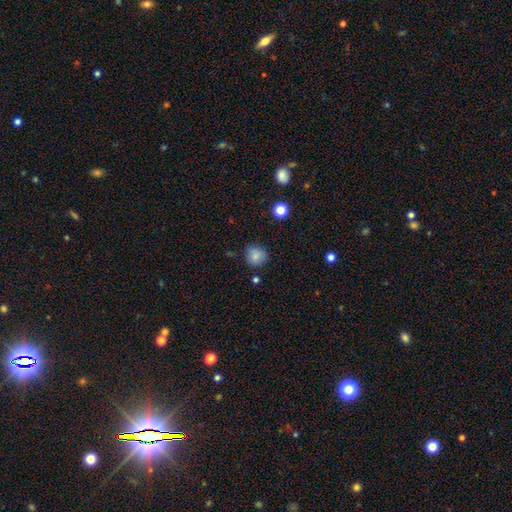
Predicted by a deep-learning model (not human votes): A smooth galaxy with no disk features (84%) that is round (88%). Merging: none (79%).